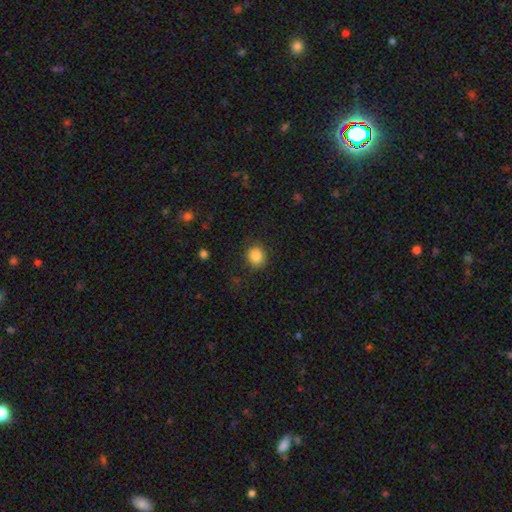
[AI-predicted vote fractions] Q: Smooth or featured?
A: smooth (86%); runner-up: star or artifact (10%)
Q: How rounded?
A: round (76%); runner-up: in between (24%)
Q: Merging?
A: none (85%); runner-up: minor disturbance (10%)